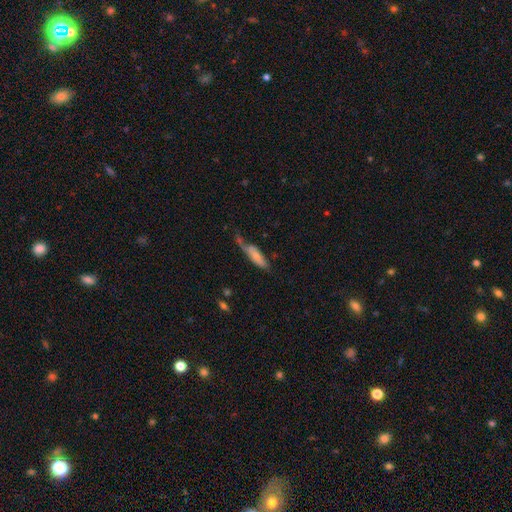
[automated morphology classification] Smooth or featured: smooth — 62% (featured or disk — 32%)
How rounded: cigar-shaped — 51% (in between — 47%)
Merging: none — 34% (minor disturbance — 28%)